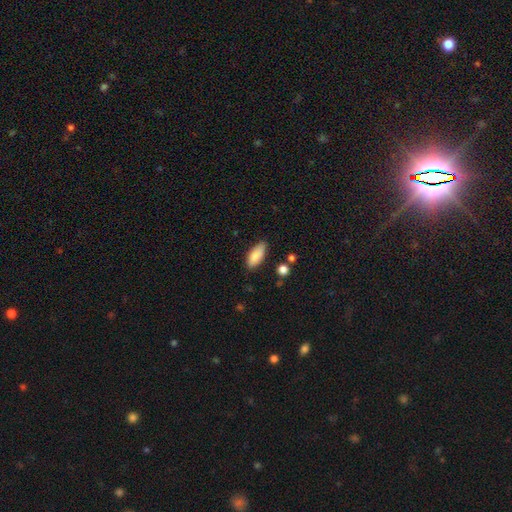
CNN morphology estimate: Smooth or featured?
  - smooth: 87% *
  - featured or disk: 7%
  - star or artifact: 6%
How rounded?
  - in between: 82% *
  - cigar-shaped: 16%
  - round: 2%
Merging?
  - none: 82% *
  - minor disturbance: 14%
  - major disturbance: 2%
  - merger: 2%